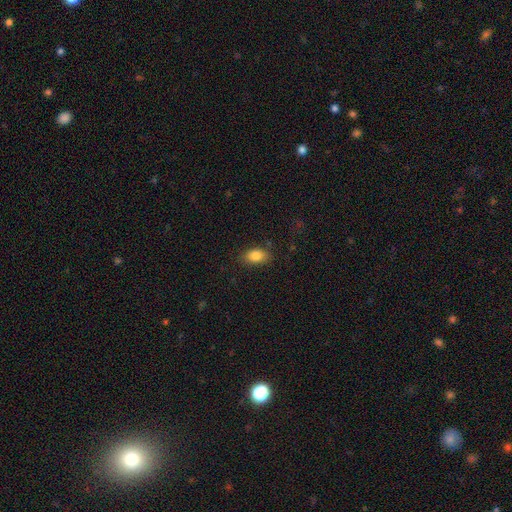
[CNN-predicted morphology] A smooth galaxy with no disk features (84%) that is in between round and cigar-shaped (87%). Merging: none (83%).